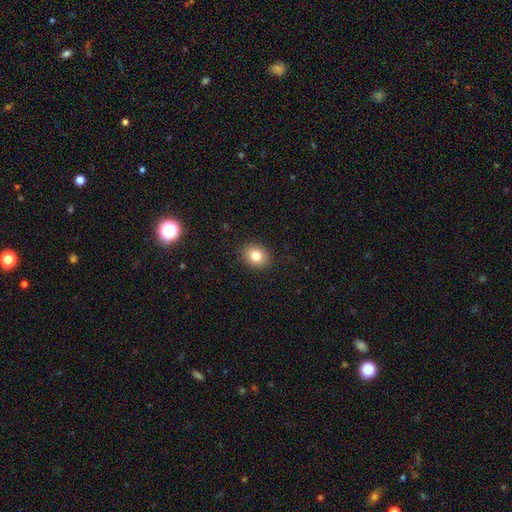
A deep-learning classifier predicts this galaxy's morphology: The model was most divided on "how rounded": round: 55%, in between: 44%, cigar-shaped: 1%. More confident: merging — none (90%); smooth or featured — smooth (82%).